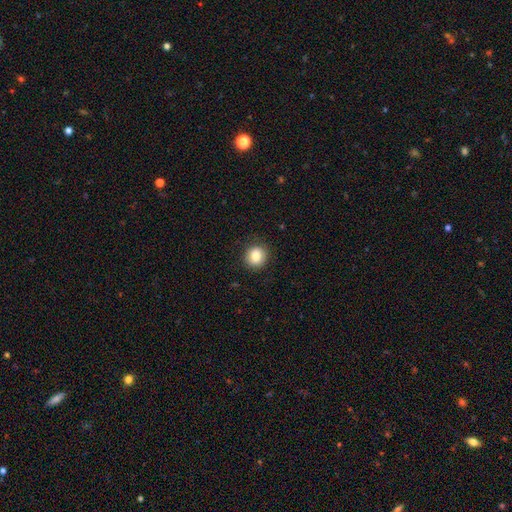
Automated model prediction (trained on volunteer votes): A smooth galaxy with no disk features (85%) that is round (81%).

Vote fractions:
- Smooth or featured? smooth: 85% / star or artifact: 9% / featured or disk: 6%
- How rounded? round: 81% / in between: 18% / cigar-shaped: 1%
- Merging? none: 88% / minor disturbance: 9% / major disturbance: 3% / merger: 1%